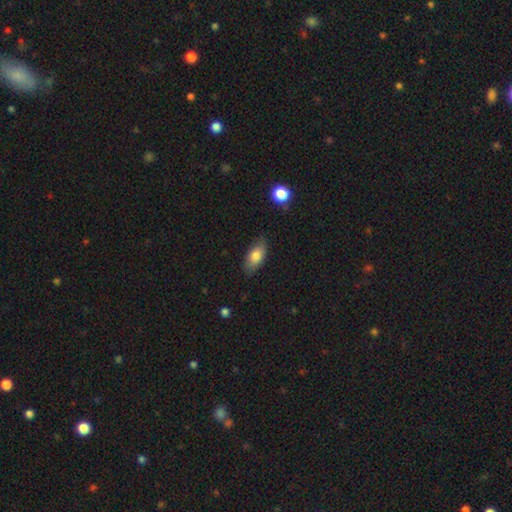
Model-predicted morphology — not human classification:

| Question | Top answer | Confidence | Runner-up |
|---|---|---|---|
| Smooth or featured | smooth | 78% | featured or disk (15%) |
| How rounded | in between | 88% | cigar-shaped (8%) |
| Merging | none | 78% | minor disturbance (17%) |